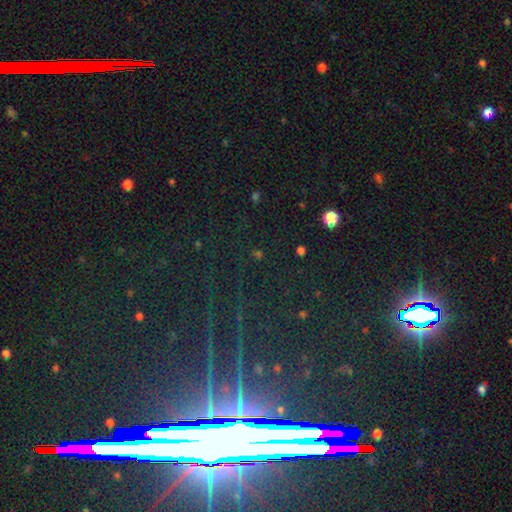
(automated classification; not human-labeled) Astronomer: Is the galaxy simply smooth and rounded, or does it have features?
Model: star or artifact — 78%.